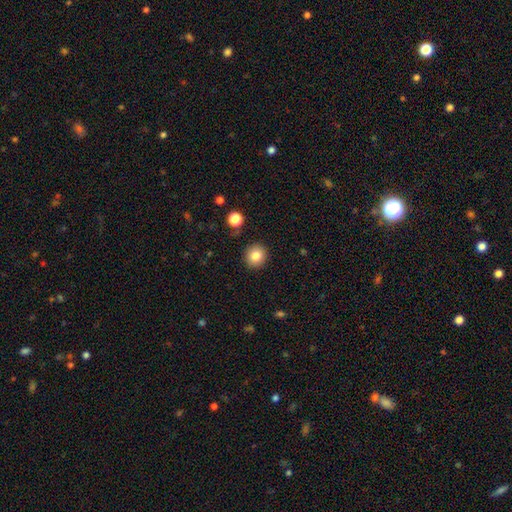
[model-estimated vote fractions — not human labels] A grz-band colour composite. It shows a smooth galaxy with no disk features (82%) that is round (89%). Merging: none (90%).